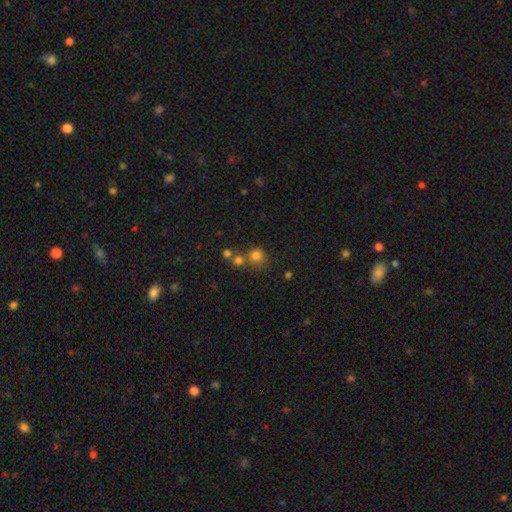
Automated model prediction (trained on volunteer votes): smooth_or_featured: smooth (p=0.76) [alt: star or artifact p=0.16]
how_rounded: round (p=0.88) [alt: in between p=0.11]
merging: none (p=0.55) [alt: merger p=0.30]